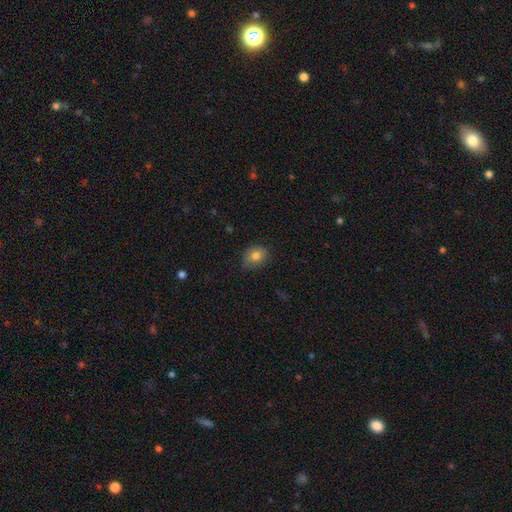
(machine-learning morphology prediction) A smooth galaxy with no disk features (81%) that is round (52%). Merging: none (71%).